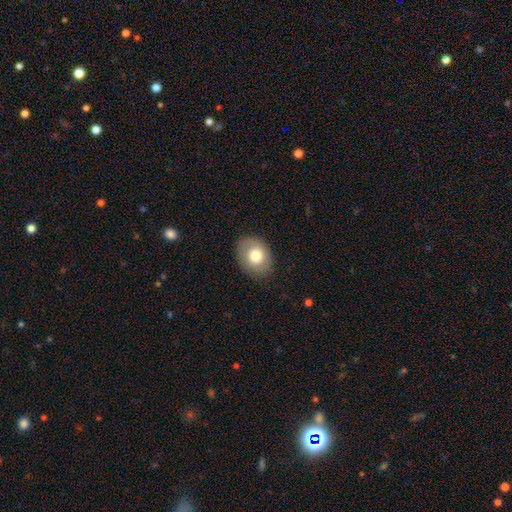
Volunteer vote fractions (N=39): This is likely a smooth galaxy (72%). How rounded: possibly round (54%). Merging: clearly none (86%).